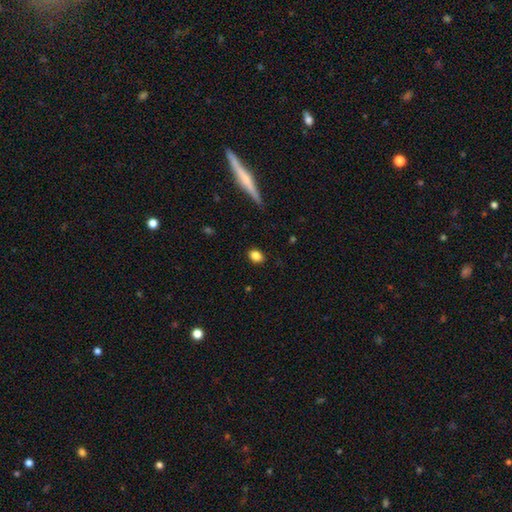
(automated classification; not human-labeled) Q: Smooth or featured?
A: smooth (84%); runner-up: star or artifact (9%)
Q: How rounded?
A: in between (60%); runner-up: round (38%)
Q: Merging?
A: none (88%); runner-up: minor disturbance (9%)